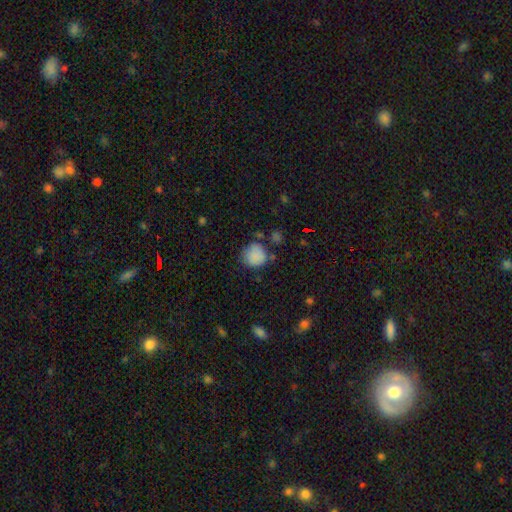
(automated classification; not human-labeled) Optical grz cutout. It shows a smooth galaxy with no disk features (84%) that is round (85%). Merging: none (66%).